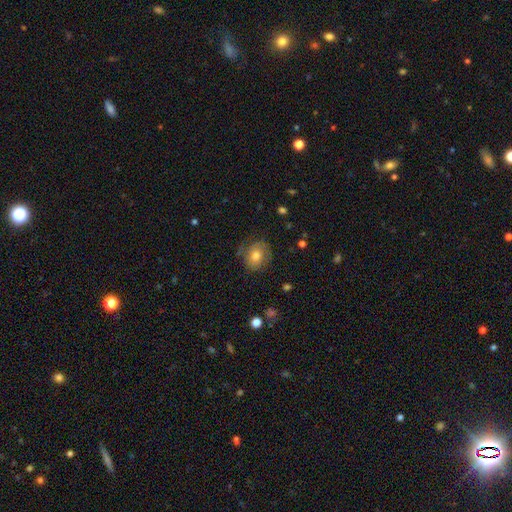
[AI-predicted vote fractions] Smooth or featured? smooth (65%)
How rounded? round (69%)
Merging? none (70%)